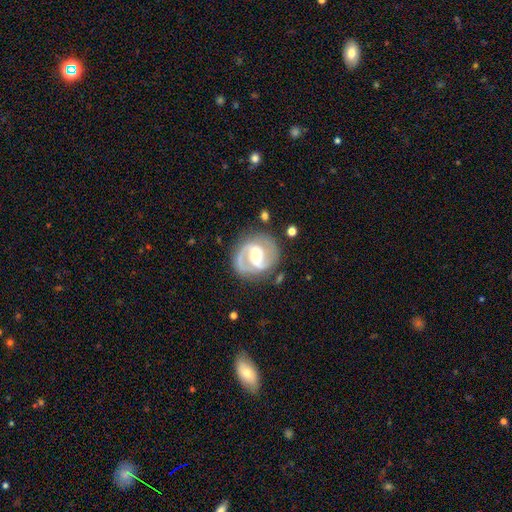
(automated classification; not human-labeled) Morphology: type=featured or disk (89%); edge-on=no (98%); bar=weak (43%); spiral arms=yes (96%); winding=medium (55%); arm count=2 (91%); bulge=moderate (66%); merging=none (81%).